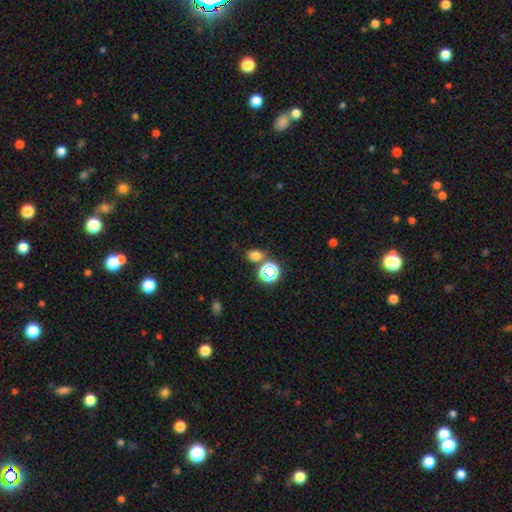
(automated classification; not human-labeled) Smooth or featured? Predicted: smooth (p=0.68). How rounded? Predicted: in between (p=0.59). Merging? Predicted: none (p=0.73).